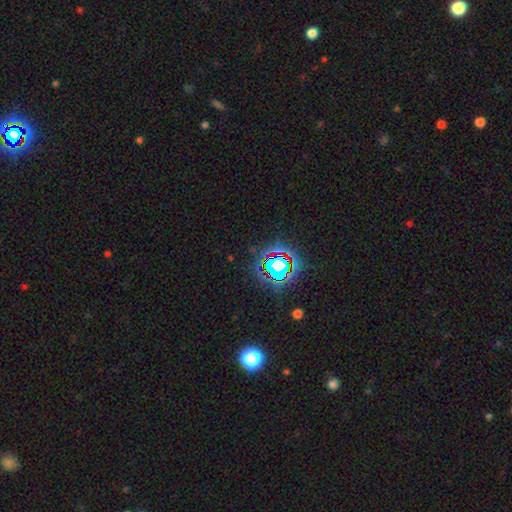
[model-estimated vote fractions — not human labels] smooth-or-featured: star or artifact: 81% | smooth: 11% | featured or disk: 8%